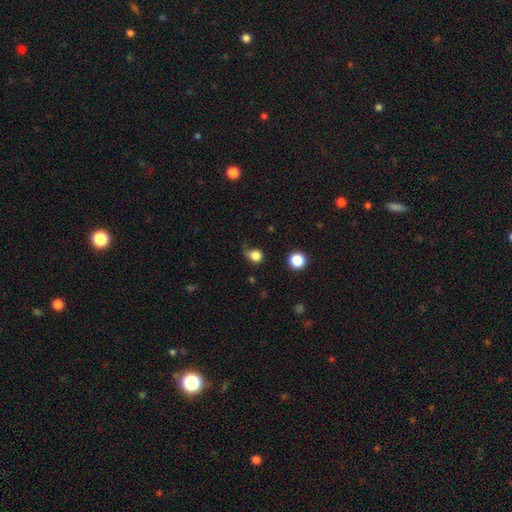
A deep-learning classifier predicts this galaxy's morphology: Smooth or featured? Predicted: smooth (p=0.80). How rounded? Predicted: round (p=0.77). Merging? Predicted: none (p=0.38).